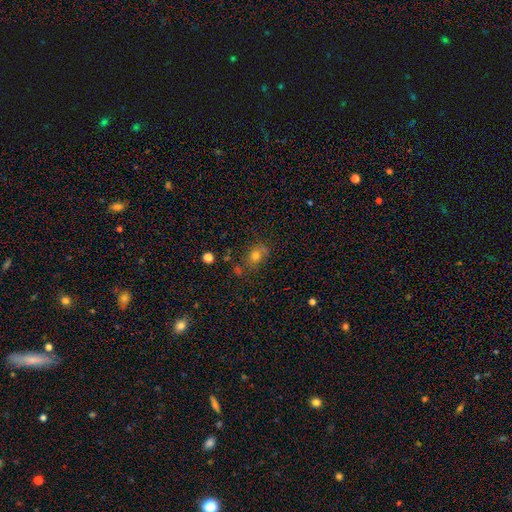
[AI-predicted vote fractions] Q: Smooth or featured?
A: smooth (69%); runner-up: star or artifact (18%)
Q: How rounded?
A: round (53%); runner-up: in between (45%)
Q: Merging?
A: none (66%); runner-up: minor disturbance (18%)